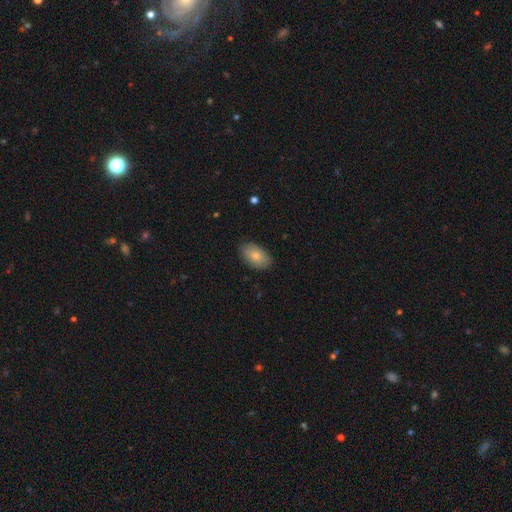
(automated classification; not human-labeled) Smooth or featured: smooth — 83% (featured or disk — 11%)
How rounded: in between — 93% (round — 6%)
Merging: none — 86% (minor disturbance — 11%)